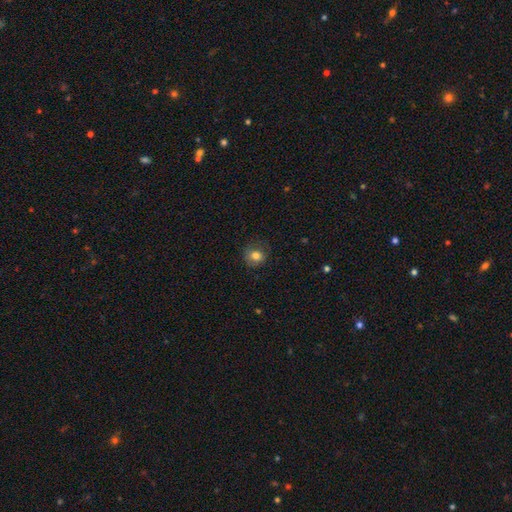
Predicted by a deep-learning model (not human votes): A smooth galaxy with no disk features (78%) that is round (79%).

Vote fractions:
- Smooth or featured? smooth: 78% / featured or disk: 12% / star or artifact: 10%
- How rounded? round: 79% / in between: 20% / cigar-shaped: 1%
- Merging? none: 73% / minor disturbance: 18% / major disturbance: 8% / merger: 1%